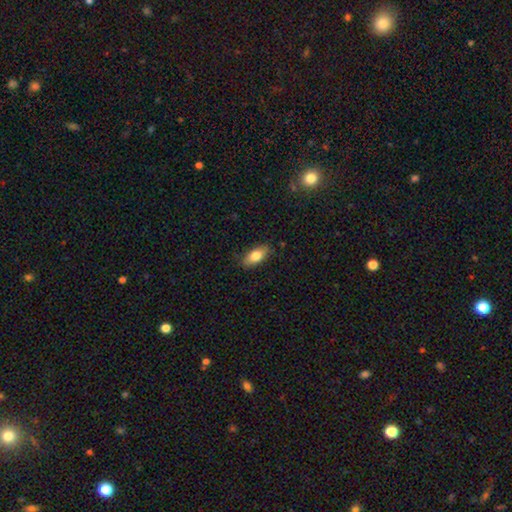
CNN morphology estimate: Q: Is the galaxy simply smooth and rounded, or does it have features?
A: smooth — 80%.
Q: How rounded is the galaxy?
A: in between — 86%.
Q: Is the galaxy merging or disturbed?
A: none — 83%.